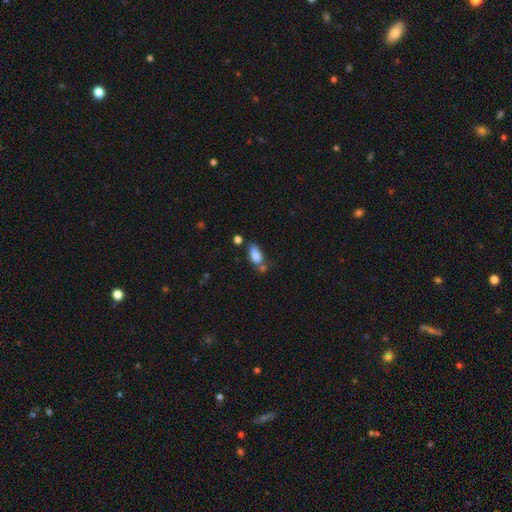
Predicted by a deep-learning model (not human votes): Q: Smooth or featured?
A: smooth (80%); runner-up: featured or disk (11%)
Q: How rounded?
A: in between (84%); runner-up: cigar-shaped (11%)
Q: Merging?
A: none (40%); runner-up: minor disturbance (27%)